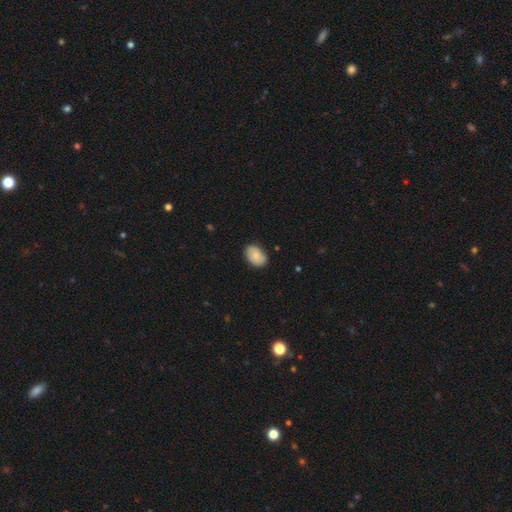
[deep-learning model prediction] Morphology: type=smooth (79%); roundness=in between (85%); merging=none (81%).